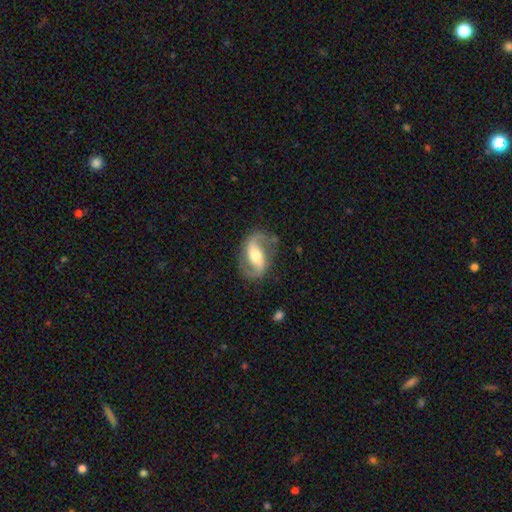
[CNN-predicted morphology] smooth-or-featured: featured or disk: 88% | smooth: 7% | star or artifact: 5%
  disk-edge-on: no: 97% | yes: 3%
    bar: weak: 37% | strong: 35% | no: 29%
    has-spiral-arms: yes: 96% | no: 4%
      spiral-winding: loose: 55% | medium: 36% | tight: 9%
      spiral-arm-count: 2: 93% | 1: 2% | can't tell: 2% | 3: 1% | 4: 1% | more than 4: 1%
    bulge-size: moderate: 67% | small: 19% | large: 12% | dominant: 1% | none: 1%
  merging: none: 81% | minor disturbance: 12% | major disturbance: 6% | merger: 1%